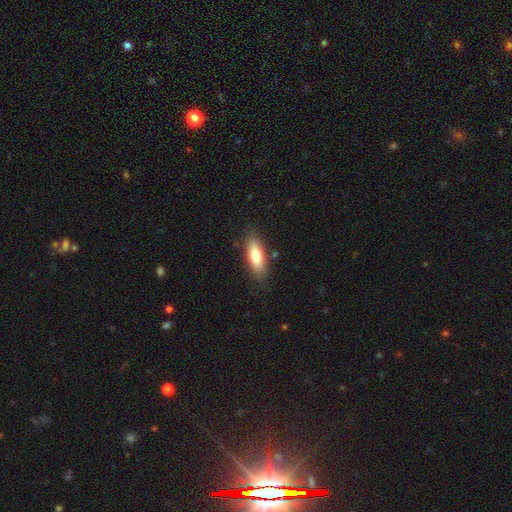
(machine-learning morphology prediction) The model was most divided on "how rounded": in between: 69%, cigar-shaped: 29%, round: 2%. More confident: merging — none (83%); smooth or featured — smooth (78%).